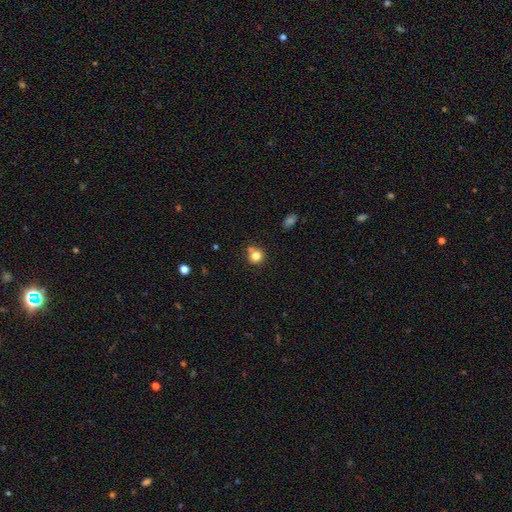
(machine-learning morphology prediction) A smooth galaxy with no disk features (81%) that is round (89%).

Vote fractions:
- Smooth or featured? smooth: 81% / star or artifact: 11% / featured or disk: 8%
- How rounded? round: 89% / in between: 10% / cigar-shaped: 1%
- Merging? none: 66% / merger: 18% / minor disturbance: 13% / major disturbance: 4%